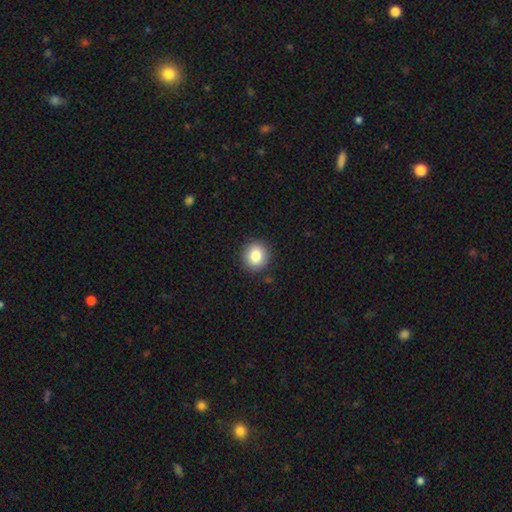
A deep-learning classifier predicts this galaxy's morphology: This appears to be a smooth galaxy with no disk features (84%) that is round (87%). Merging: none (90%).